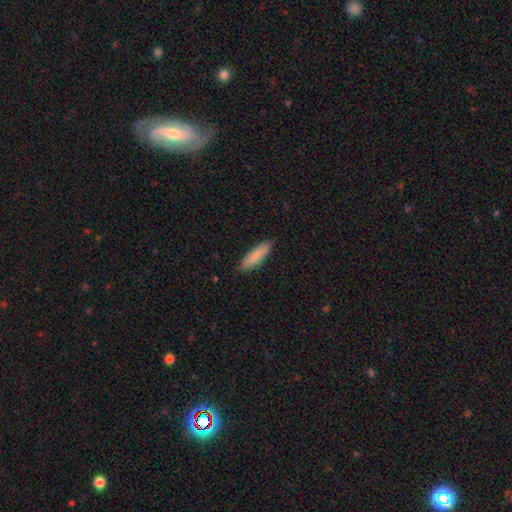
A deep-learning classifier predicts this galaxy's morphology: Overall: smooth (87%). How rounded: cigar-shaped (62%; in between 36%). Merging: none (88%).